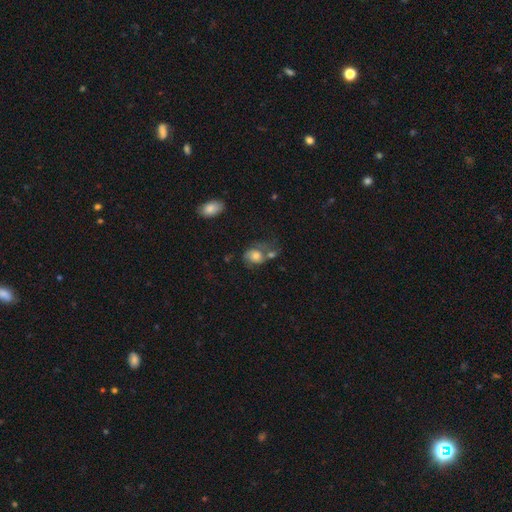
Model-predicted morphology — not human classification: Smooth or featured: smooth — 51% (featured or disk — 38%)
How rounded: in between — 54% (round — 44%)
Merging: none — 32% (merger — 29%)